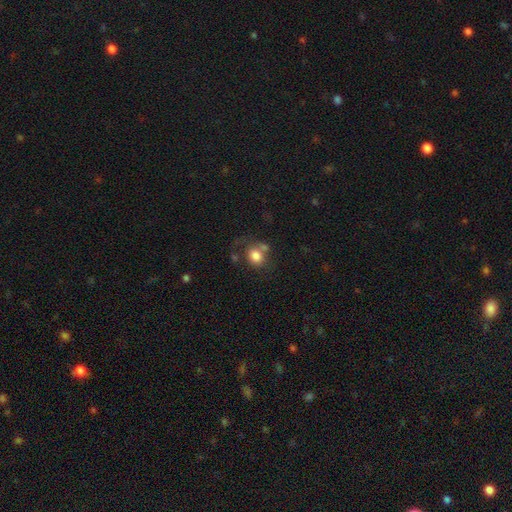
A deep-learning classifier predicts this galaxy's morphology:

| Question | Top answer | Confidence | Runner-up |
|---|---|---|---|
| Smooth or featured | smooth | 79% | featured or disk (11%) |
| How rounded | round | 67% | in between (32%) |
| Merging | none | 51% | merger (22%) |